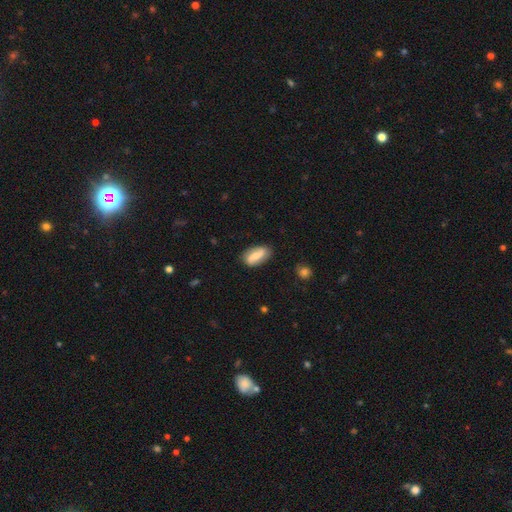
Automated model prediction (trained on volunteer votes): Morphology: type=smooth (55%); roundness=in between (87%); merging=none (81%).